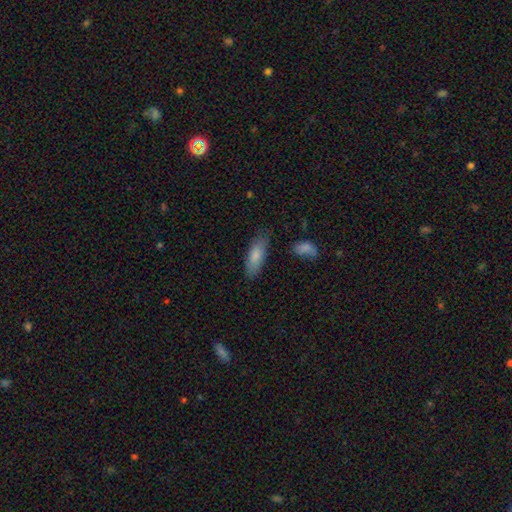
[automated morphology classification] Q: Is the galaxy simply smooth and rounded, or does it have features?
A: smooth — 82%.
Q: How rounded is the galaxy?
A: in between — 64%.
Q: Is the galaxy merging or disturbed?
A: none — 77%.